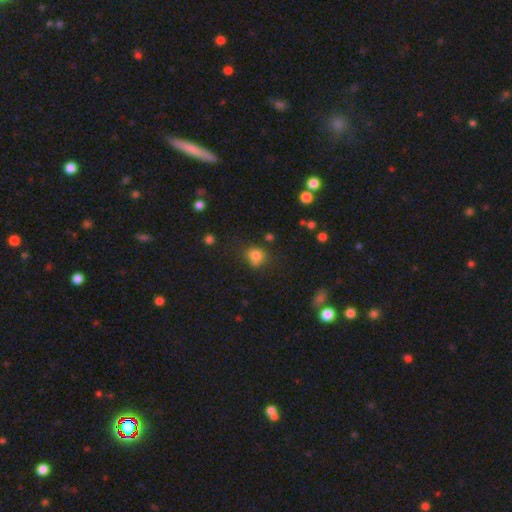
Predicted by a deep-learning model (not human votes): This appears to be a smooth galaxy with no disk features (78%) that is round (68%). Merging: none (57%).